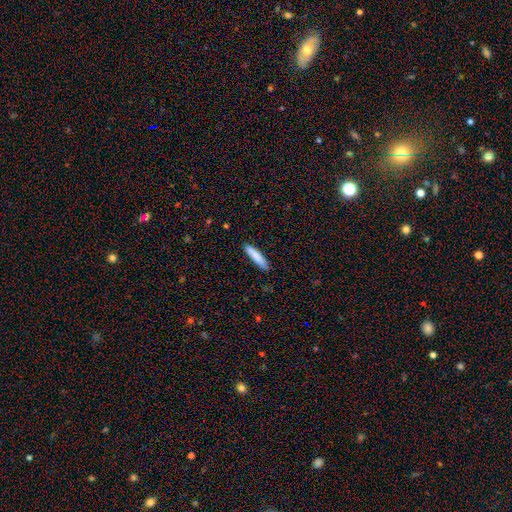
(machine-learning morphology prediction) type=smooth (84%); roundness=cigar-shaped (84%); merging=none (87%).